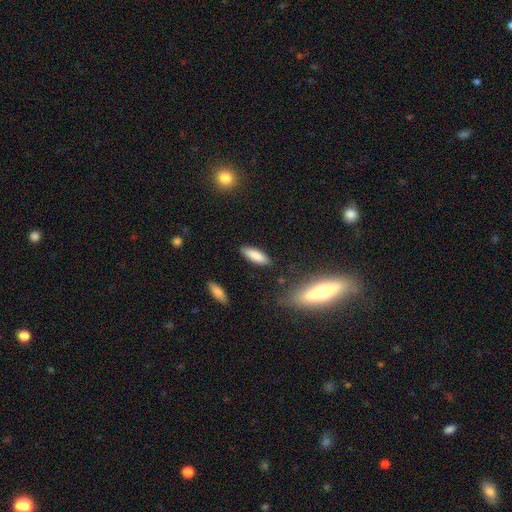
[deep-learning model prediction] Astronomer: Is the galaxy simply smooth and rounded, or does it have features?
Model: smooth — 84%.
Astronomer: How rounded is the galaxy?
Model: in between — 54% (runner-up: cigar-shaped, 44%).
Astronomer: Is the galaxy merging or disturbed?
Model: none — 85%.